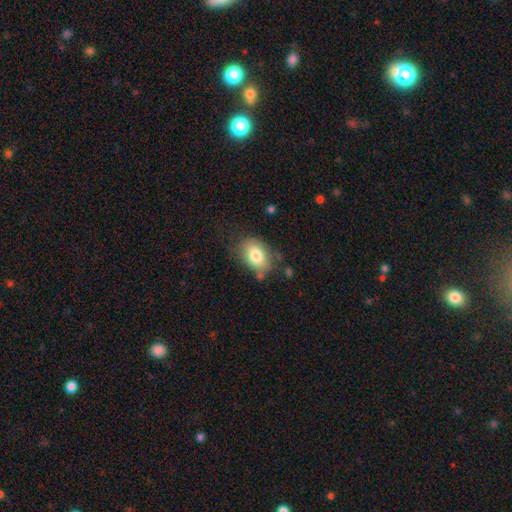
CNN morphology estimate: Overall: smooth (78%). How rounded: in between (80%). Merging: none (69%).